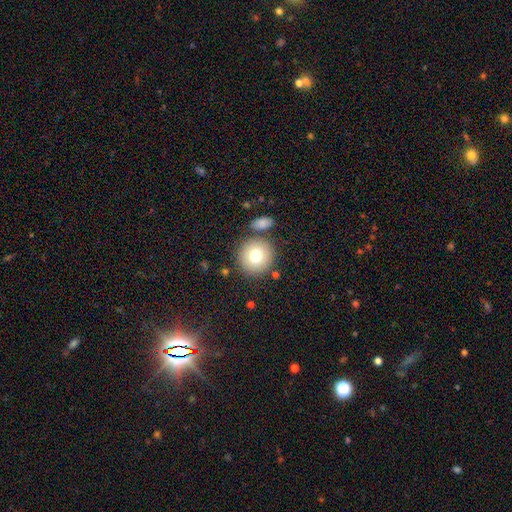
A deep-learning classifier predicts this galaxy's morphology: Smooth or featured: smooth — 76% (featured or disk — 14%)
How rounded: round — 93% (in between — 6%)
Merging: none — 81% (minor disturbance — 8%)